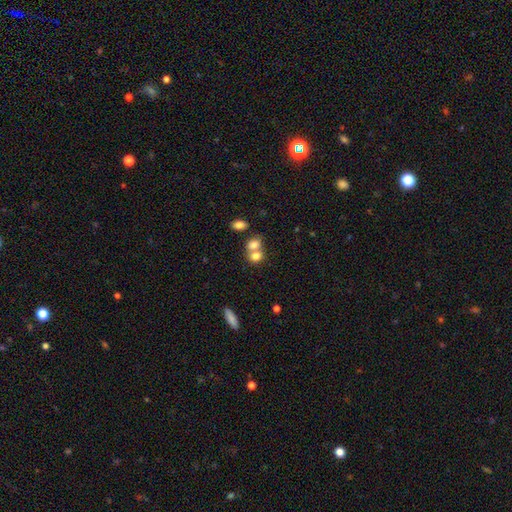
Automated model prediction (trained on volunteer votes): A smooth galaxy with no disk features (77%) that is in between round and cigar-shaped (49%, tied with round). Merging: merger (57%).